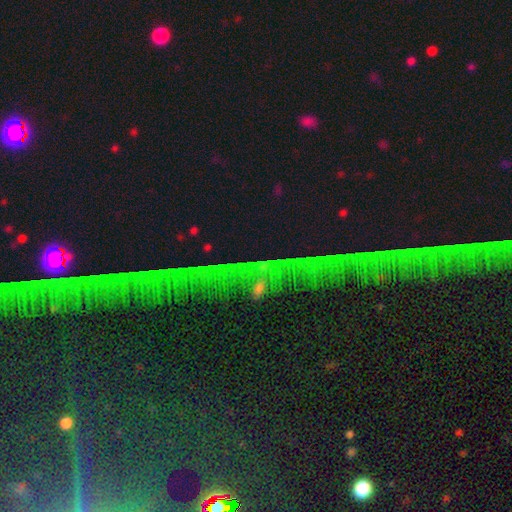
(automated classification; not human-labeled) smooth-or-featured: star or artifact: 83% | featured or disk: 9% | smooth: 8%